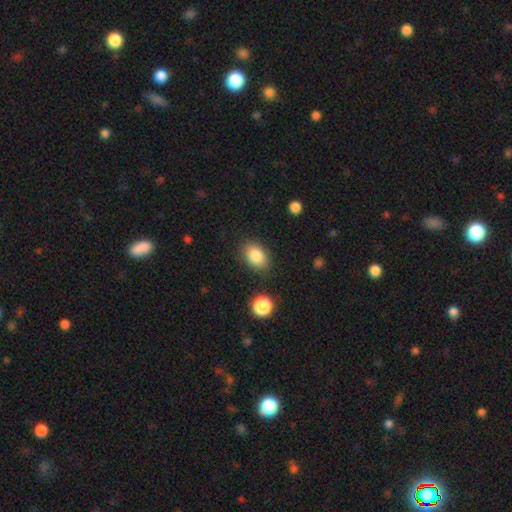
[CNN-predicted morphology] smooth 85%, star or artifact 8%, featured or disk 7%. Down the decision tree: how rounded — in between (82%); merging — none (83%).